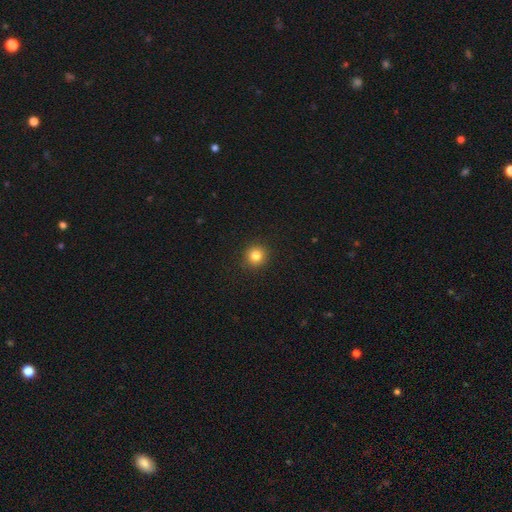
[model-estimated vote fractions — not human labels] smooth_or_featured: smooth (p=0.83) [alt: star or artifact p=0.12]
how_rounded: round (p=0.92) [alt: in between p=0.07]
merging: none (p=0.92) [alt: minor disturbance p=0.05]